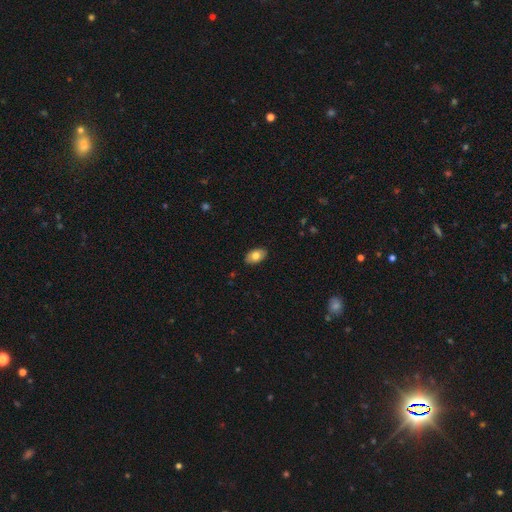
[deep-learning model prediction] Morphology: type=smooth (77%); roundness=in between (92%); merging=none (88%).